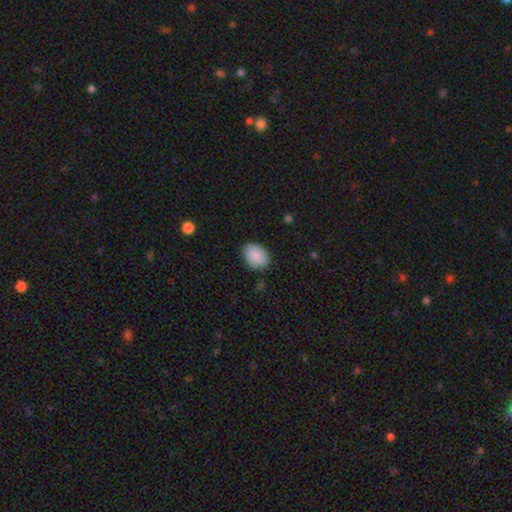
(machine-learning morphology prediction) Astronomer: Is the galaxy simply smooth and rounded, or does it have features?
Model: smooth — 89%.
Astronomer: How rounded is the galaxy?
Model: in between — 69%.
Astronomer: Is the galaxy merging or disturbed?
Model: none — 81%.